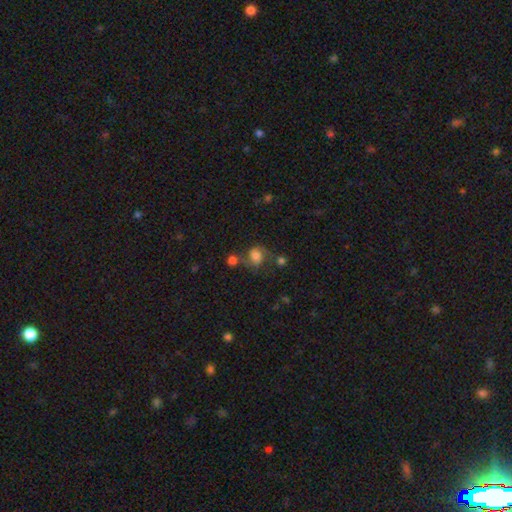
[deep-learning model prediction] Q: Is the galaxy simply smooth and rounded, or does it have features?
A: smooth — 63%.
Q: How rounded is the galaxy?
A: round — 59%.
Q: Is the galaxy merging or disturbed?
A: none — 45%.